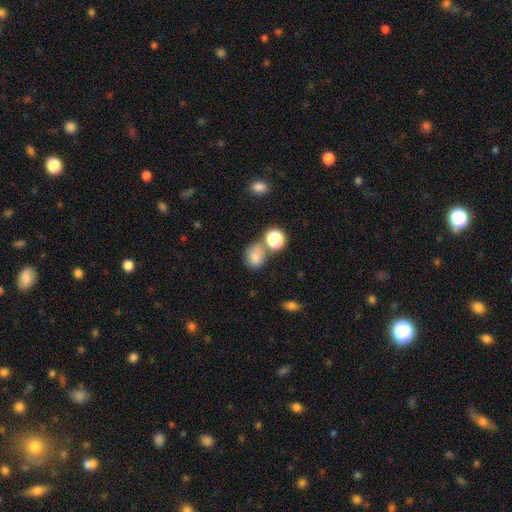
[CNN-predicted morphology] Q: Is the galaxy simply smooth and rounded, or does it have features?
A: smooth — 78%.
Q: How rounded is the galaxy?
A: round — 61%.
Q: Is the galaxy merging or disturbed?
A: none — 54%.